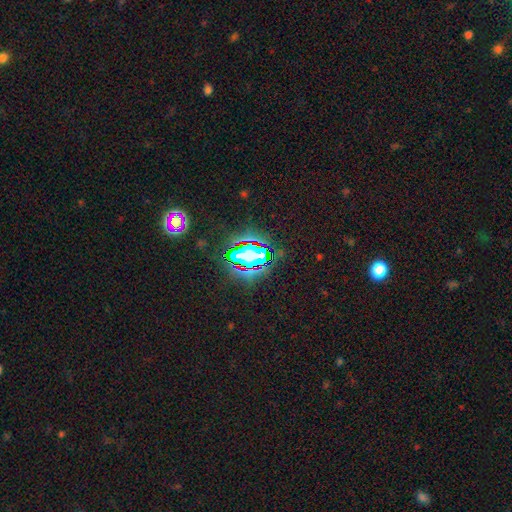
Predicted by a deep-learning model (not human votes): Smooth or featured? star or artifact (77%)